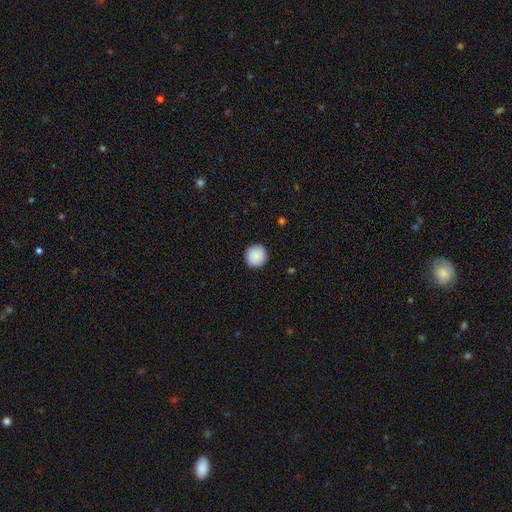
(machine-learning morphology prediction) Smooth or featured?
  - smooth: 90% *
  - star or artifact: 7%
  - featured or disk: 3%
How rounded?
  - round: 93% *
  - in between: 6%
  - cigar-shaped: 1%
Merging?
  - none: 92% *
  - minor disturbance: 6%
  - major disturbance: 2%
  - merger: 1%